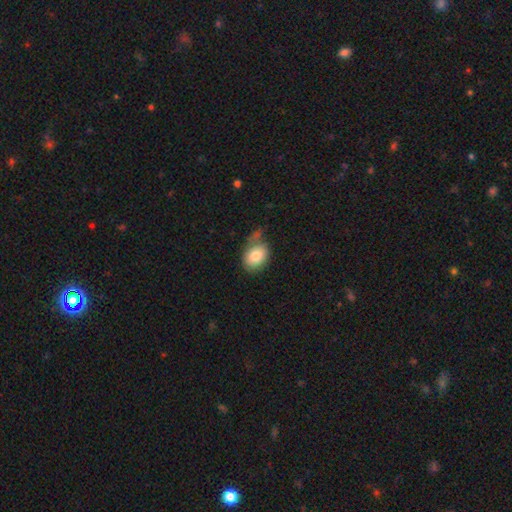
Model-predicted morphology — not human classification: This appears to be a smooth galaxy with no disk features (81%) that is in between round and cigar-shaped (67%). Merging: none (52%).